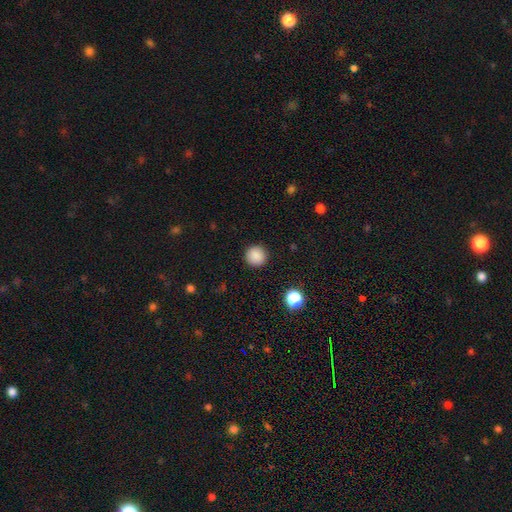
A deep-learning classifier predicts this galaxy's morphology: Q: Smooth or featured?
A: smooth (87%); runner-up: star or artifact (10%)
Q: How rounded?
A: round (95%); runner-up: in between (4%)
Q: Merging?
A: none (92%); runner-up: minor disturbance (5%)